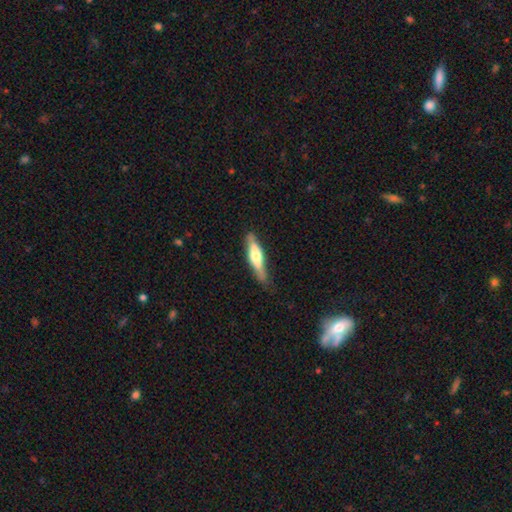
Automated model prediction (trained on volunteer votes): smooth-or-featured: featured or disk: 50% | smooth: 45% | star or artifact: 5%
  disk-edge-on: yes: 89% | no: 11%
  merging: none: 74% | minor disturbance: 20% | major disturbance: 4% | merger: 2%